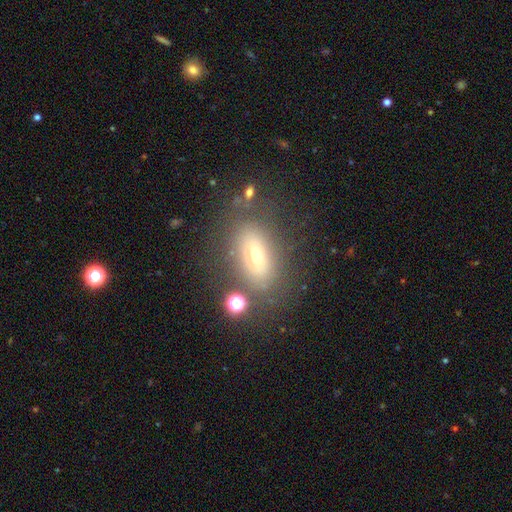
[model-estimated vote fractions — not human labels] Smooth or featured? Predicted: smooth (p=0.54). How rounded? Predicted: in between (p=0.79). Merging? Predicted: none (p=0.71).